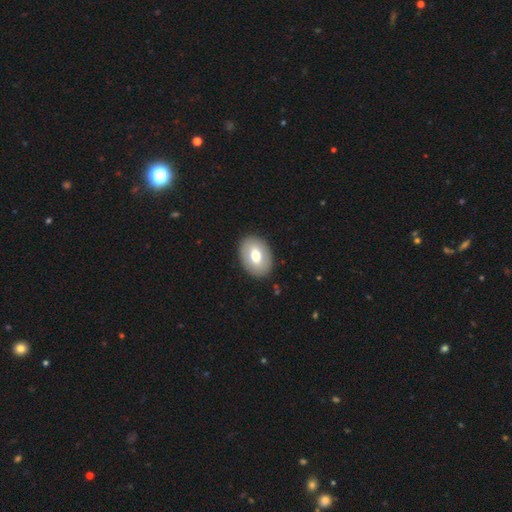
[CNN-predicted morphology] smooth-or-featured: smooth: 66% | featured or disk: 27% | star or artifact: 6%
  how-rounded: in between: 80% | round: 19% | cigar-shaped: 1%
  merging: none: 89% | minor disturbance: 8% | major disturbance: 3% | merger: 1%